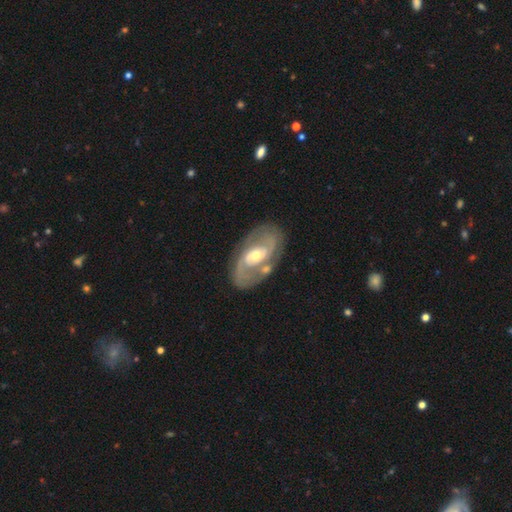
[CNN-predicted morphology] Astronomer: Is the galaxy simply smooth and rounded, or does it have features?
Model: featured or disk — 84%.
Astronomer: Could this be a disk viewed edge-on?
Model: no — 95%.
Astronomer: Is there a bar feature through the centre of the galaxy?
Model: no — 44% (runner-up: weak, 38%).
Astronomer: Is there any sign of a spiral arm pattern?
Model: yes — 89%.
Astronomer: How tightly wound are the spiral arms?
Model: medium — 47% (runner-up: tight, 36%).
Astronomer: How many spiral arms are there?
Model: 2 — 82%.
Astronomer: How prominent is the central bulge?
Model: moderate — 59%.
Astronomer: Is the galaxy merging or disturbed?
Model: none — 69%.